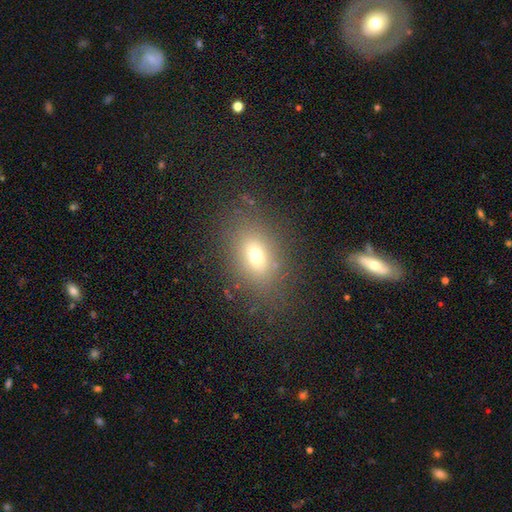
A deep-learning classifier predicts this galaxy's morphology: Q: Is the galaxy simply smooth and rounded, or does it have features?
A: smooth — 68%.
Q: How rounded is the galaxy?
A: in between — 72%.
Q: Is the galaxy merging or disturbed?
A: none — 81%.